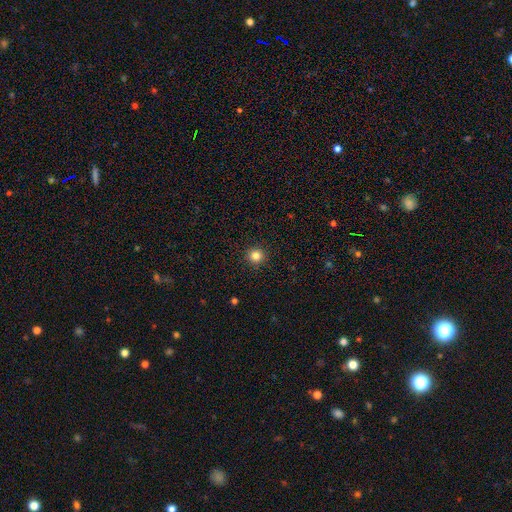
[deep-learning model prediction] Smooth or featured: smooth — 83% (star or artifact — 12%)
How rounded: round — 95% (in between — 4%)
Merging: none — 93% (minor disturbance — 5%)